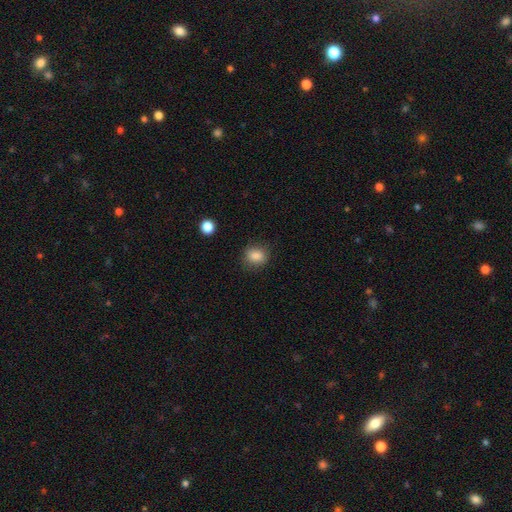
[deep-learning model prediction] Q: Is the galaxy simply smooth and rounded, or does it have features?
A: smooth — 85%.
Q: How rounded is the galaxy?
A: round — 64%.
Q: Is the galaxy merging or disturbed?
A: none — 82%.